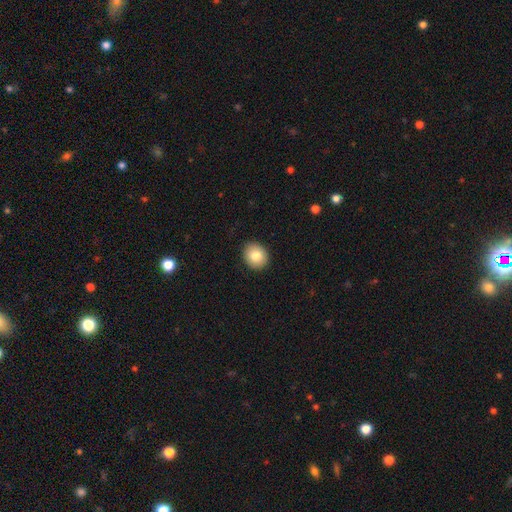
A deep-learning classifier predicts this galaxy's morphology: Smooth or featured? smooth (81%)
How rounded? round (66%)
Merging? none (90%)